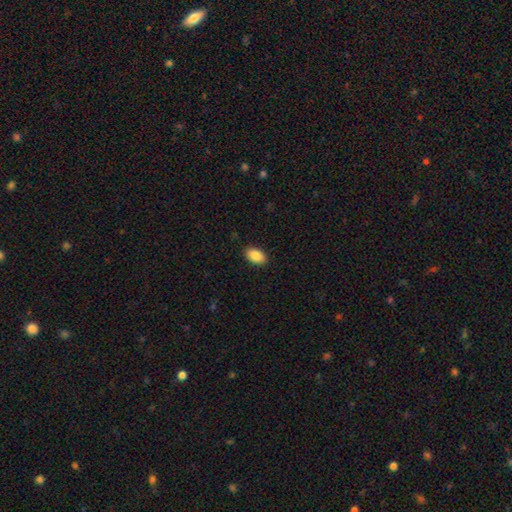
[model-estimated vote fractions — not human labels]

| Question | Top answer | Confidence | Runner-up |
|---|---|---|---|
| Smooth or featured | smooth | 89% | star or artifact (7%) |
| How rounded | in between | 93% | round (6%) |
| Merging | none | 89% | minor disturbance (8%) |